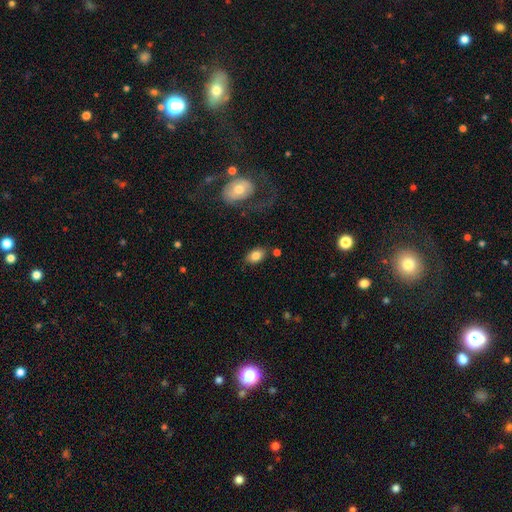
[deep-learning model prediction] This appears to be a smooth galaxy with no disk features (81%) that is in between round and cigar-shaped (86%). Merging: none (80%).